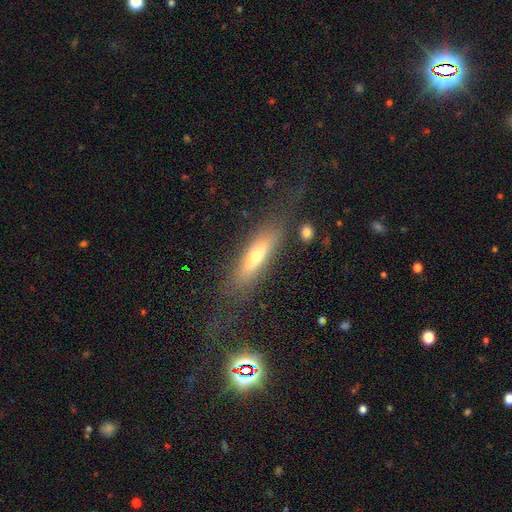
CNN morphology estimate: smooth-or-featured: smooth: 55% | featured or disk: 36% | star or artifact: 9%
  how-rounded: cigar-shaped: 60% | in between: 37% | round: 3%
  merging: none: 65% | minor disturbance: 17% | major disturbance: 15% | merger: 4%